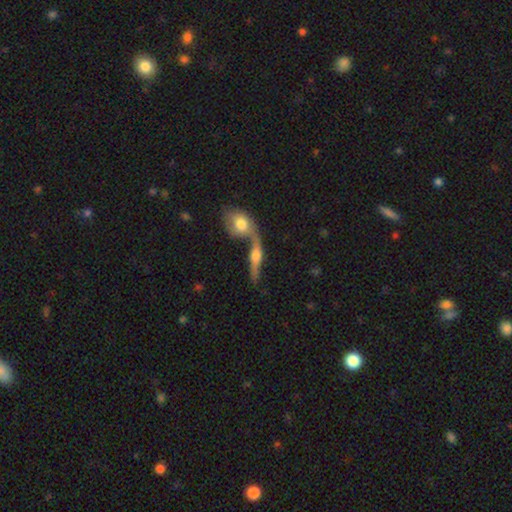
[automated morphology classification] This is possibly a featured or disk galaxy (55%). It is possibly viewed edge-on (56%). Merging: likely merger (64%).